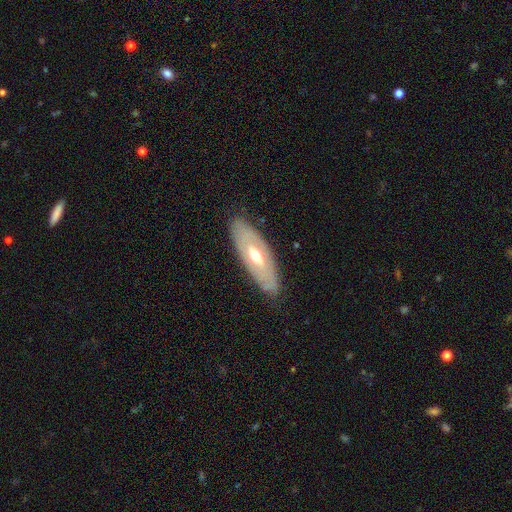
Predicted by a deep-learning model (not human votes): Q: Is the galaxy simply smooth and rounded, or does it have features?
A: featured or disk — 64%.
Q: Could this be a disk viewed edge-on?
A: no — 73%.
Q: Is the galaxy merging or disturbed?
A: none — 83%.